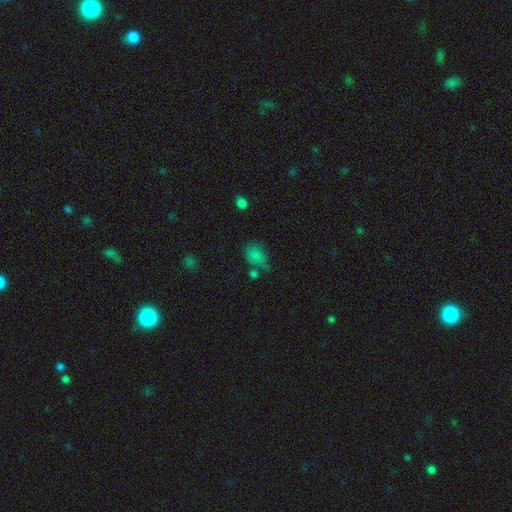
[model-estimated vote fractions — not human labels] Smooth or featured? smooth (79%)
How rounded? in between (67%)
Merging? none (52%)